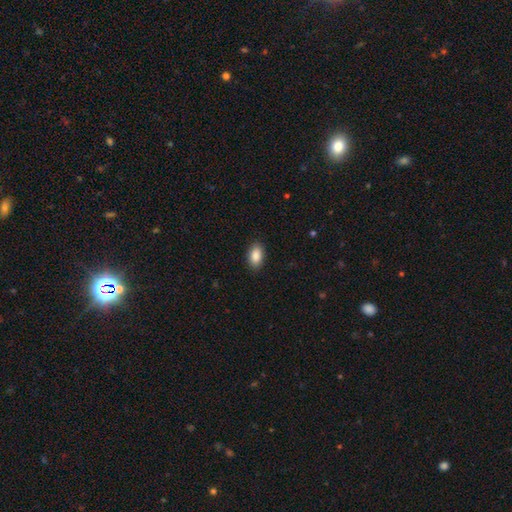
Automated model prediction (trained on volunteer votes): Morphology: type=smooth (89%); roundness=in between (93%); merging=none (89%).